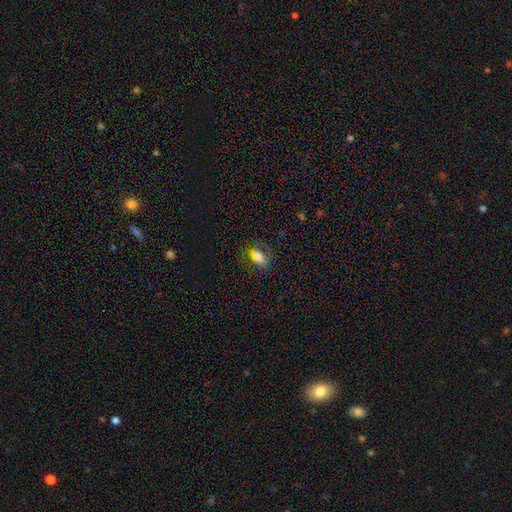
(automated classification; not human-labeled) Smooth or featured?
  - smooth: 73% *
  - featured or disk: 16%
  - star or artifact: 11%
How rounded?
  - in between: 82% *
  - round: 14%
  - cigar-shaped: 4%
Merging?
  - none: 73% *
  - minor disturbance: 17%
  - major disturbance: 8%
  - merger: 1%